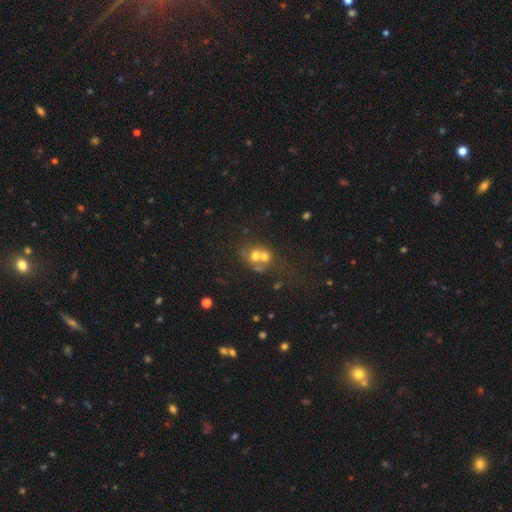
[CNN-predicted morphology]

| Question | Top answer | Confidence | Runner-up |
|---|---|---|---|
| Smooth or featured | smooth | 55% | featured or disk (30%) |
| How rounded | round | 68% | in between (31%) |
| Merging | merger | 60% | none (27%) |